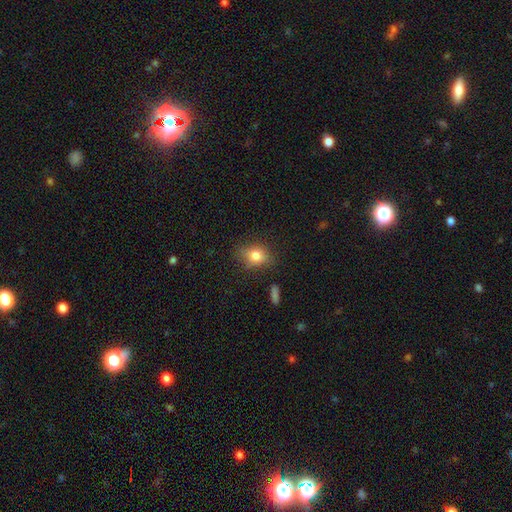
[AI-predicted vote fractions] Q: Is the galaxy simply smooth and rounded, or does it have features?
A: smooth — 78%.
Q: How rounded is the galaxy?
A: in between — 55%.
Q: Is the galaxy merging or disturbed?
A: none — 77%.